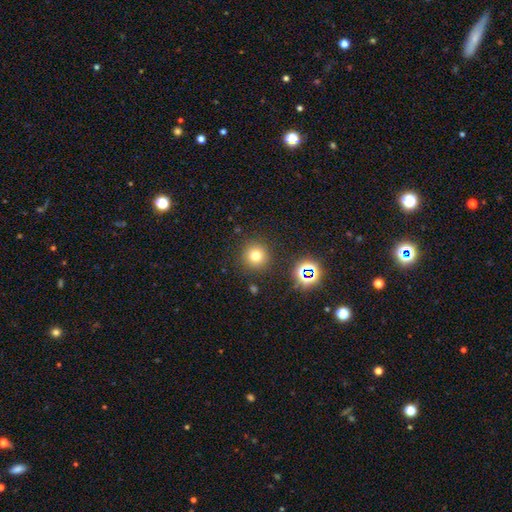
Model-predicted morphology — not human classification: smooth 72%, star or artifact 20%, featured or disk 8%. Down the decision tree: how rounded — round (95%); merging — none (88%).